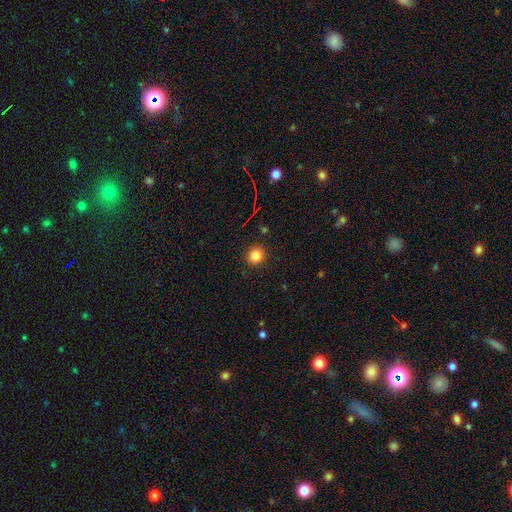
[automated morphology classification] The model was most divided on "smooth or featured": smooth: 83%, star or artifact: 12%, featured or disk: 5%. More confident: merging — none (91%); how rounded — round (89%).